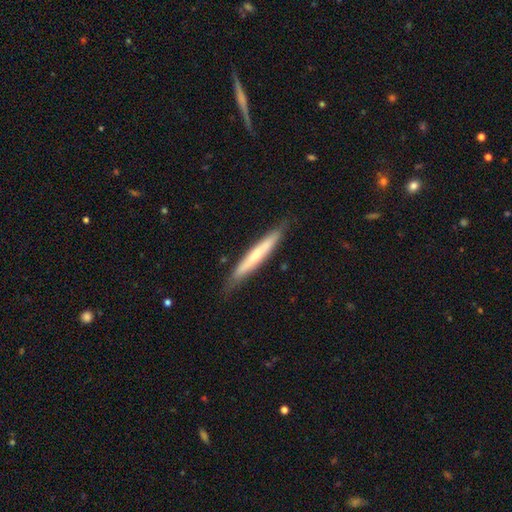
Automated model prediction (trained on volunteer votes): Morphology: type=featured or disk (47%, tied with smooth); merging=none (83%).